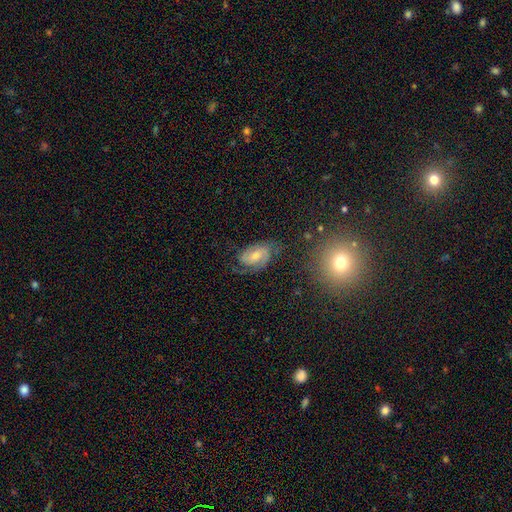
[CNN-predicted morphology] Smooth or featured? featured or disk (73%)
Edge-on disk? no (97%)
Bar? weak (48%)
Spiral arms? yes (94%)
Spiral winding? medium (48%)
Spiral arm count? 2 (83%)
Bulge size? moderate (49%)
Merging? none (66%)